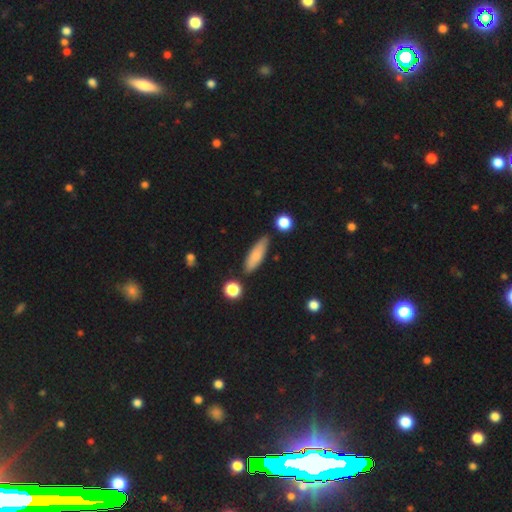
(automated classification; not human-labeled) Smooth or featured? Predicted: smooth (p=0.77). How rounded? Predicted: cigar-shaped (p=0.51). Merging? Predicted: none (p=0.80).